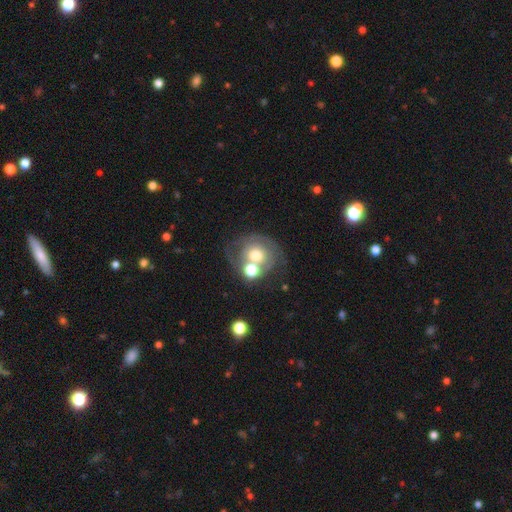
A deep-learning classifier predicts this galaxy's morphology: smooth-or-featured: featured or disk: 46% | smooth: 44% | star or artifact: 10%
  merging: none: 37% | merger: 35% | minor disturbance: 15% | major disturbance: 13%